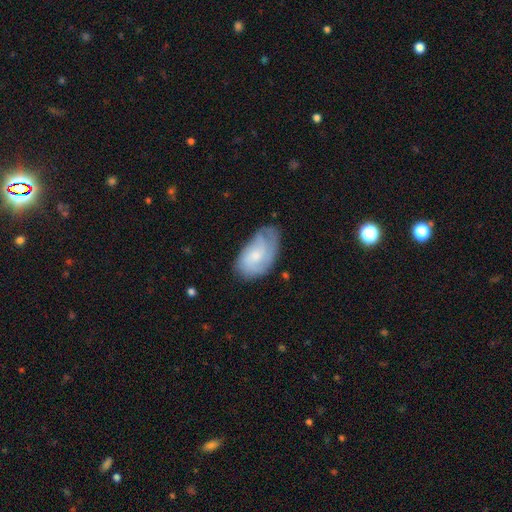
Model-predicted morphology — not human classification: The model was most divided on "smooth or featured": featured or disk: 49%, smooth: 44%, star or artifact: 7%. More confident: merging — none (56%).